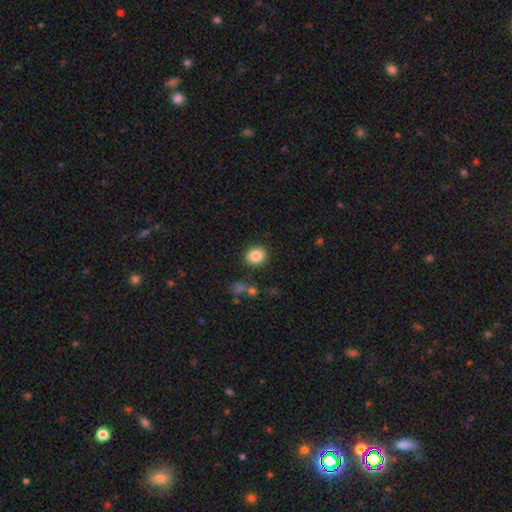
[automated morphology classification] Smooth or featured: smooth — 85% (star or artifact — 9%)
How rounded: round — 69% (in between — 30%)
Merging: none — 88% (minor disturbance — 7%)